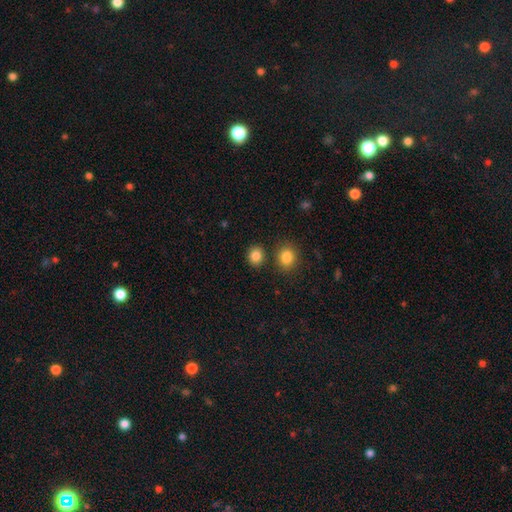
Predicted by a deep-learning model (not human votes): This appears to be a smooth galaxy with no disk features (85%) that is round (74%). Merging: none (82%).